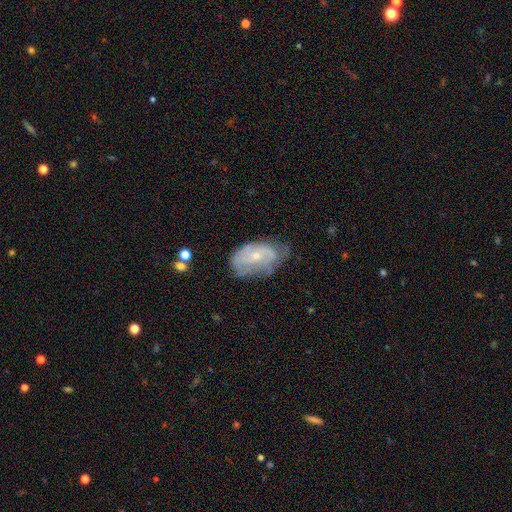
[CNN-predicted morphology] Q: Smooth or featured?
A: featured or disk (66%); runner-up: smooth (27%)
Q: Edge-on disk?
A: no (95%); runner-up: yes (5%)
Q: Bar?
A: no (70%); runner-up: weak (25%)
Q: Spiral arms?
A: yes (73%); runner-up: no (27%)
Q: Bulge size?
A: small (66%); runner-up: moderate (30%)
Q: Merging?
A: none (51%); runner-up: minor disturbance (33%)